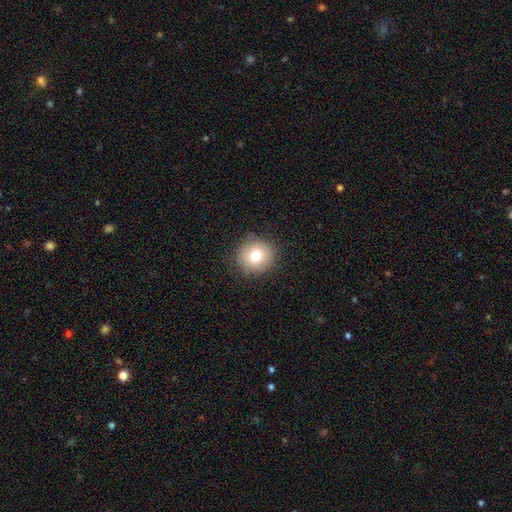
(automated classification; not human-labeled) smooth 76%, featured or disk 13%, star or artifact 11%. Down the decision tree: how rounded — round (88%); merging — none (88%).